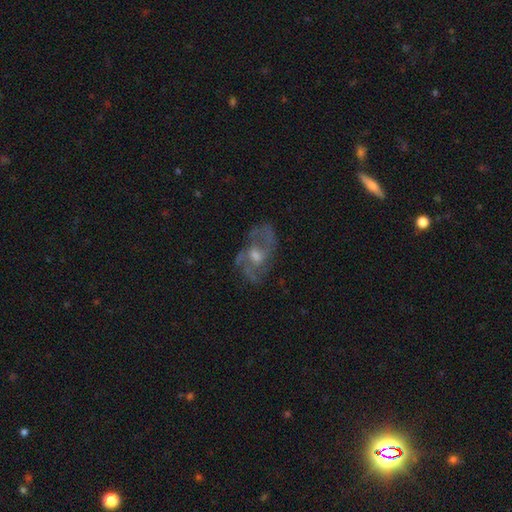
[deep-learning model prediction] Smooth or featured? Predicted: featured or disk (p=0.76). Edge-on disk? Predicted: no (p=0.96). Bar? Predicted: no (p=0.57). Spiral arms? Predicted: yes (p=0.78). Spiral winding? Predicted: medium (p=0.47). Spiral arm count? Predicted: 2 (p=0.41). Bulge size? Predicted: moderate (p=0.57). Merging? Predicted: none (p=0.62).